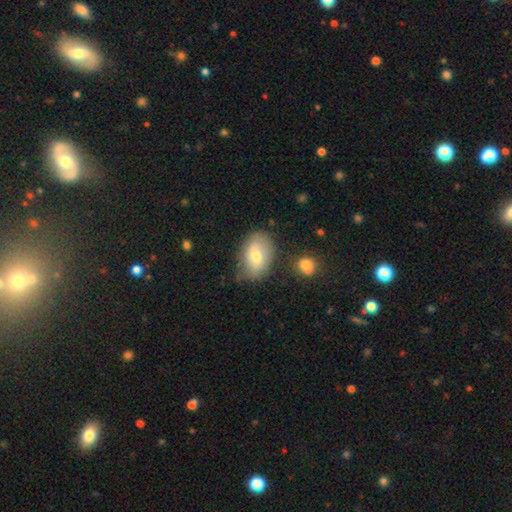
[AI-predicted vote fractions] This appears to be a smooth galaxy with no disk features (66%) that is in between round and cigar-shaped (86%). Merging: none (71%).